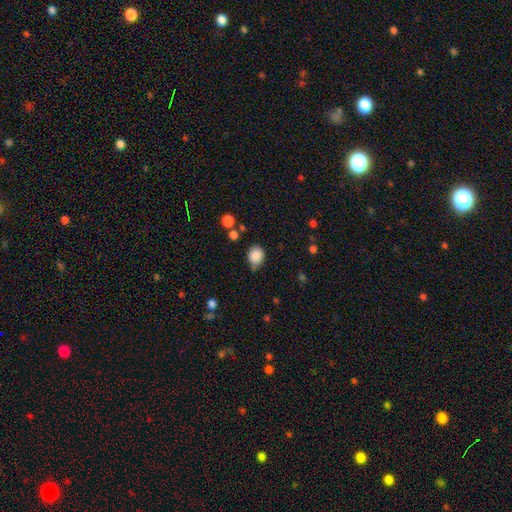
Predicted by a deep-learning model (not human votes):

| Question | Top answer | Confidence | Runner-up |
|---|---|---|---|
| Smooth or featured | smooth | 86% | star or artifact (9%) |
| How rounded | round | 50% | in between (49%) |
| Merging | none | 59% | minor disturbance (30%) |